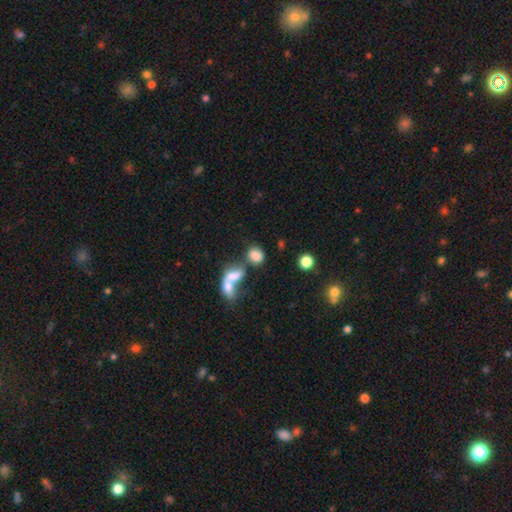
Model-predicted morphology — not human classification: smooth-or-featured: smooth: 80% | featured or disk: 10% | star or artifact: 10%
  how-rounded: in between: 52% | round: 45% | cigar-shaped: 3%
  merging: merger: 46% | none: 37% | minor disturbance: 10% | major disturbance: 8%